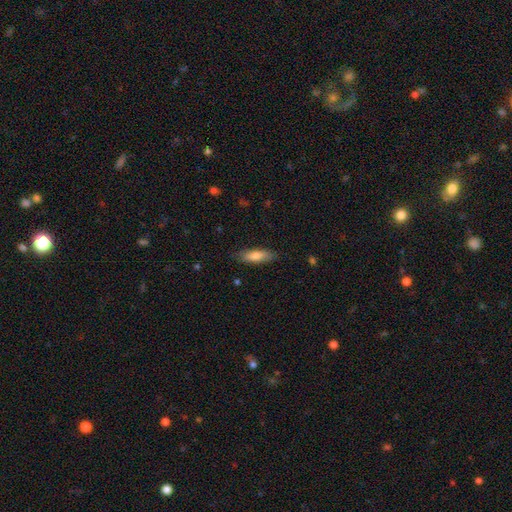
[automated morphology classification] The model was most divided on "how rounded": in between: 54%, cigar-shaped: 44%, round: 2%. More confident: merging — none (83%); smooth or featured — smooth (74%).